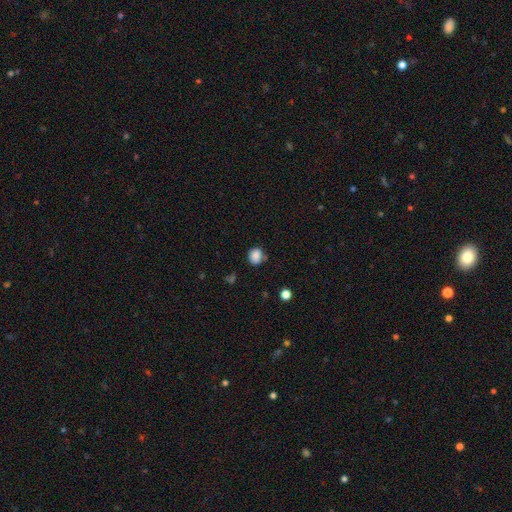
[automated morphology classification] smooth 86%, star or artifact 10%, featured or disk 4%. Down the decision tree: how rounded — round (72%); merging — none (72%).